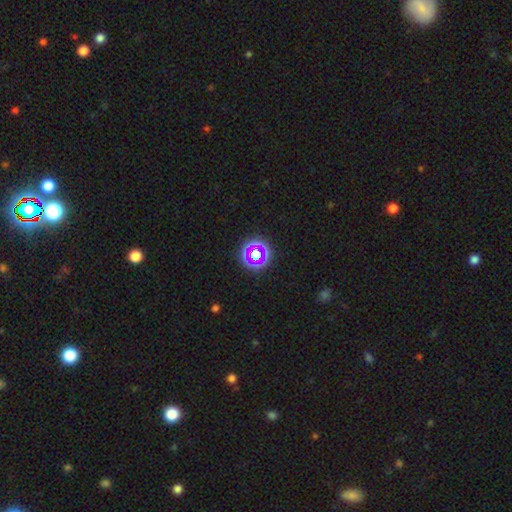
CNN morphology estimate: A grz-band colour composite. It shows a star or artifact, not a galaxy (55%).